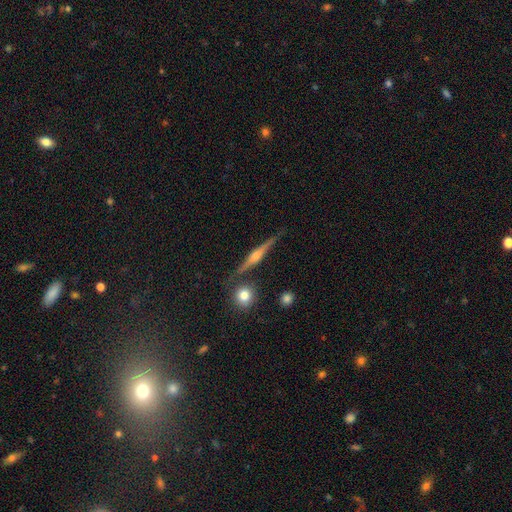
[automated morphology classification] smooth-or-featured: featured or disk: 80% | smooth: 13% | star or artifact: 7%
  disk-edge-on: yes: 98% | no: 2%
    edge-on-bulge: rounded: 85% | boxy: 10% | none: 5%
  merging: none: 85% | minor disturbance: 9% | merger: 4% | major disturbance: 2%